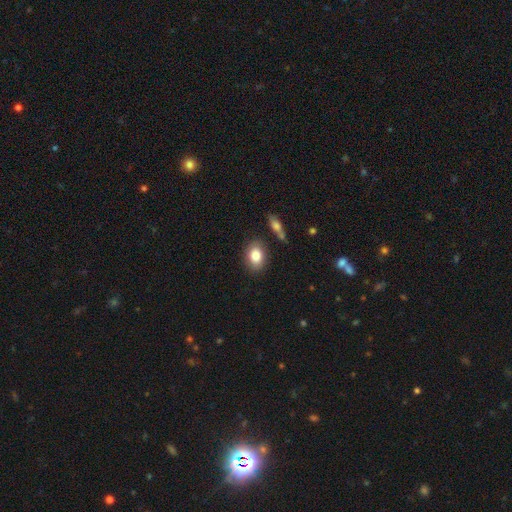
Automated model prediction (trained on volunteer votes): Smooth or featured: smooth — 82% (featured or disk — 9%)
How rounded: in between — 70% (round — 28%)
Merging: none — 82% (minor disturbance — 11%)